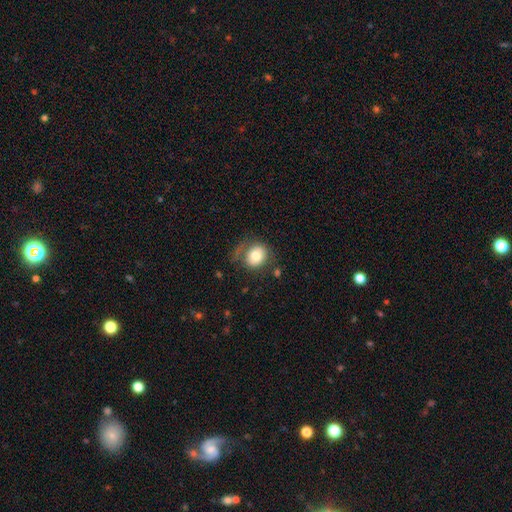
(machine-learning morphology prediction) smooth 73%, featured or disk 18%, star or artifact 9%. Down the decision tree: how rounded — round (67%); merging — none (59%).